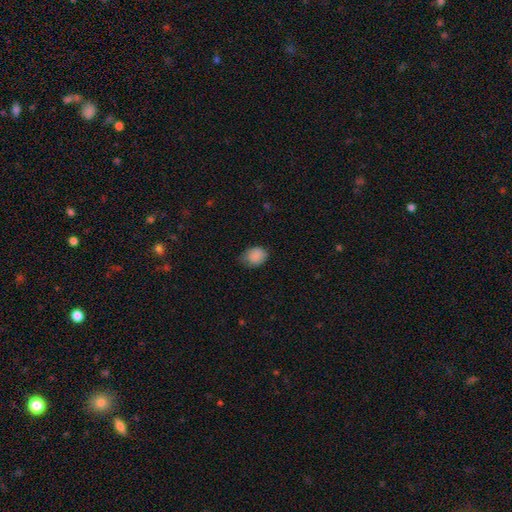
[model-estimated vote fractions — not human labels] The model was most divided on "how rounded": in between: 56%, round: 43%, cigar-shaped: 1%. More confident: smooth or featured — smooth (87%); merging — none (62%).